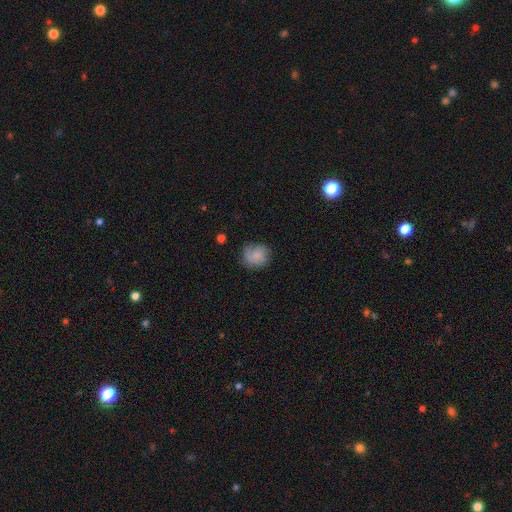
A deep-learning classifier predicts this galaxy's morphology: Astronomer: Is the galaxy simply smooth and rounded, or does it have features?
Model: smooth — 77%.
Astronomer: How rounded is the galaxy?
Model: round — 78%.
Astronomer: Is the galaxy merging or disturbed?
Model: none — 63%.